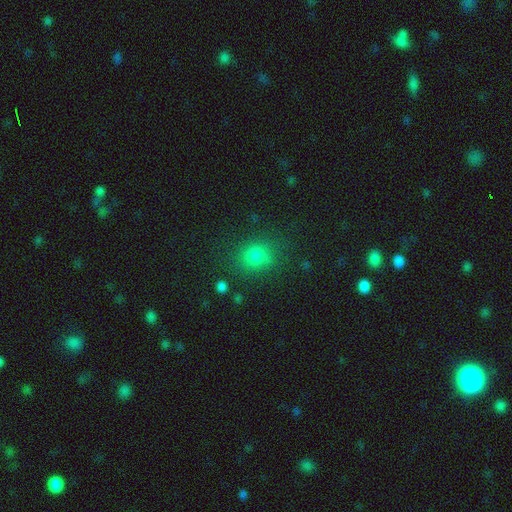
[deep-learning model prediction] Morphology: type=smooth (78%); roundness=round (67%); merging=none (78%).